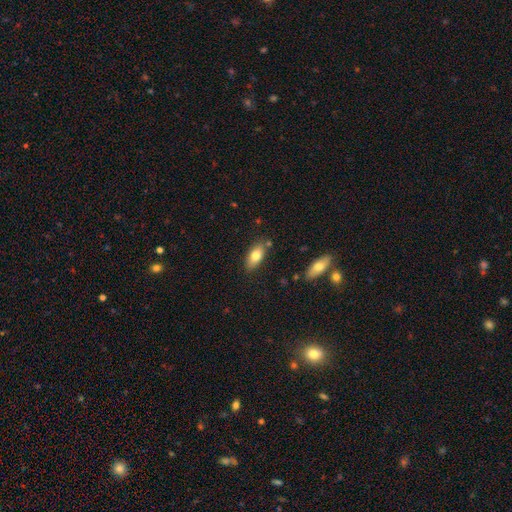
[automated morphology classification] type=smooth (77%); roundness=in between (85%); merging=none (77%).